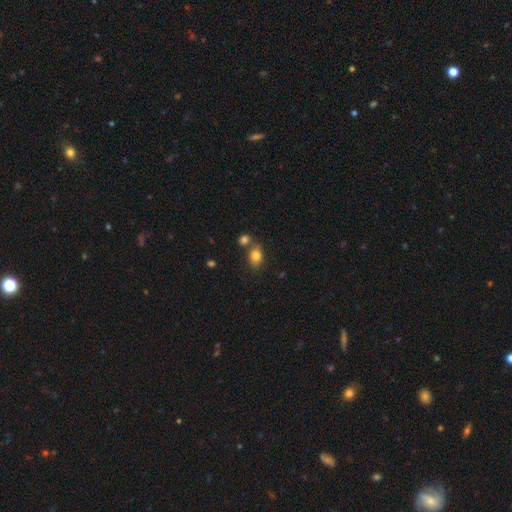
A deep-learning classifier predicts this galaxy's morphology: A smooth galaxy with no disk features (82%) that is in between round and cigar-shaped (65%). Merging: none (60%).